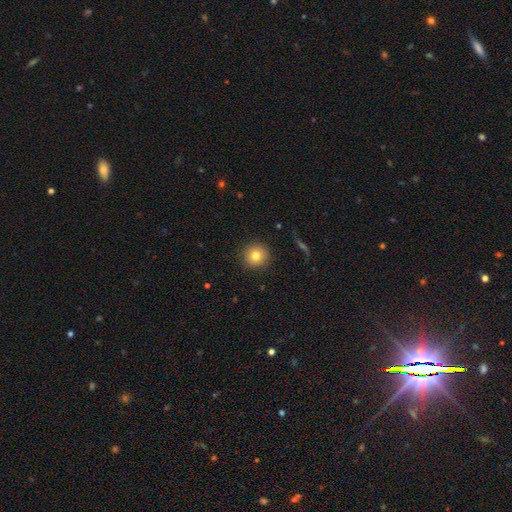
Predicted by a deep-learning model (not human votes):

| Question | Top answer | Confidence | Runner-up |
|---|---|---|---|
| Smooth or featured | smooth | 80% | star or artifact (11%) |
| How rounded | round | 94% | in between (5%) |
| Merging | none | 91% | minor disturbance (6%) |